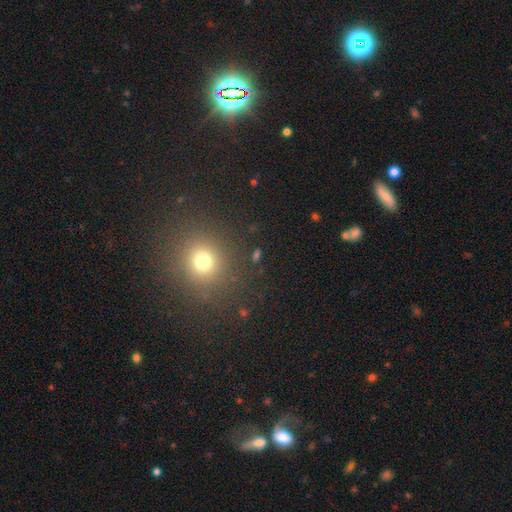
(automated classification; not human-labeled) Morphology: type=smooth (61%); roundness=round (85%); merging=none (87%).